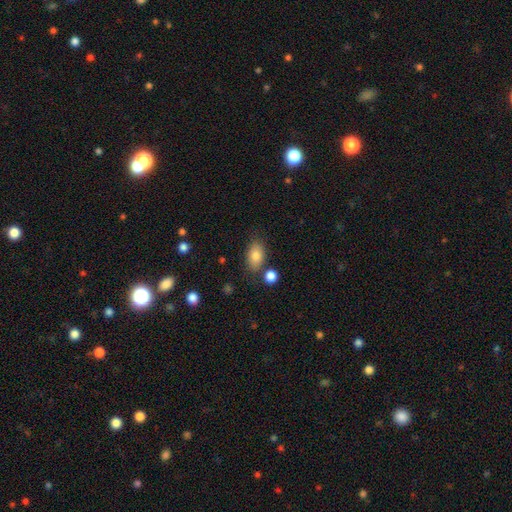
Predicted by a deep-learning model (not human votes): Smooth or featured: smooth — 81% (featured or disk — 11%)
How rounded: in between — 88% (round — 10%)
Merging: none — 75% (minor disturbance — 13%)